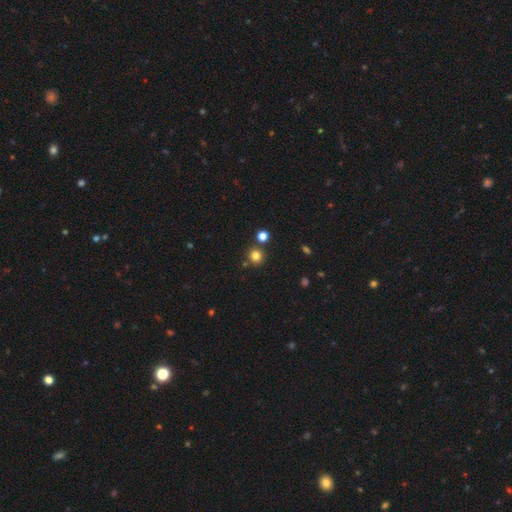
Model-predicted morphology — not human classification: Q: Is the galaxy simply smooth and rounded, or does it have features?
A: smooth — 80%.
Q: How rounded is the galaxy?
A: round — 93%.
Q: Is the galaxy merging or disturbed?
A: none — 83%.